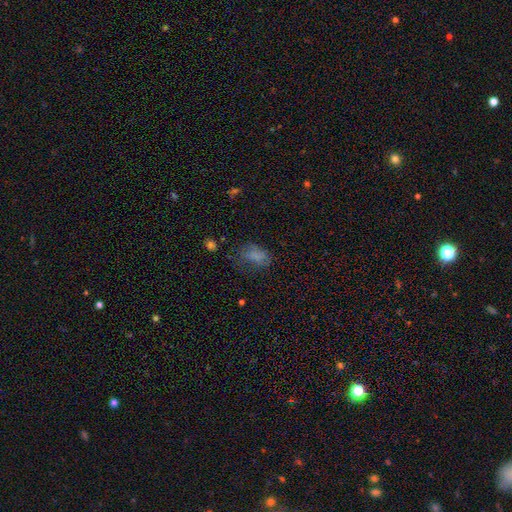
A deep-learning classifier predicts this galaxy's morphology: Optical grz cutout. It shows a smooth galaxy with no disk features (70%) that is in between round and cigar-shaped (85%). Merging: none (48%).